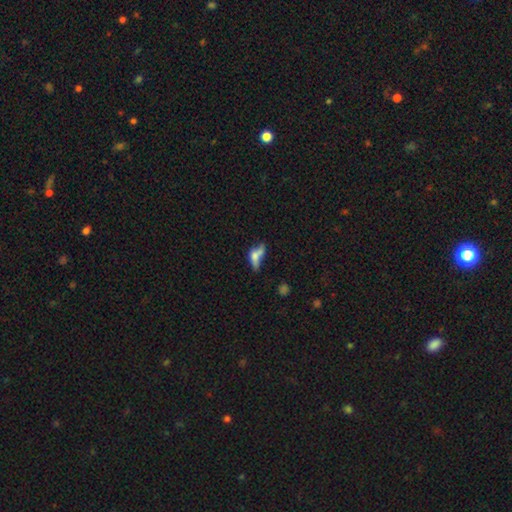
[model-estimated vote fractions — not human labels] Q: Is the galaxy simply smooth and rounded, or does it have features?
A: smooth — 57%.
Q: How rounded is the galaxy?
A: in between — 65%.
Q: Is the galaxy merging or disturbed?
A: merger — 38%.